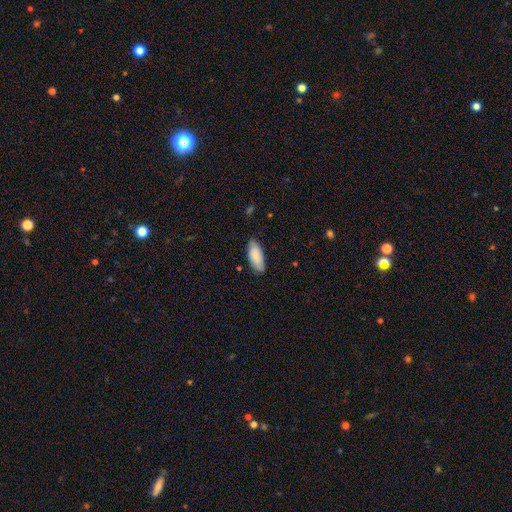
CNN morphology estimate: type=smooth (84%); roundness=in between (86%); merging=none (80%).